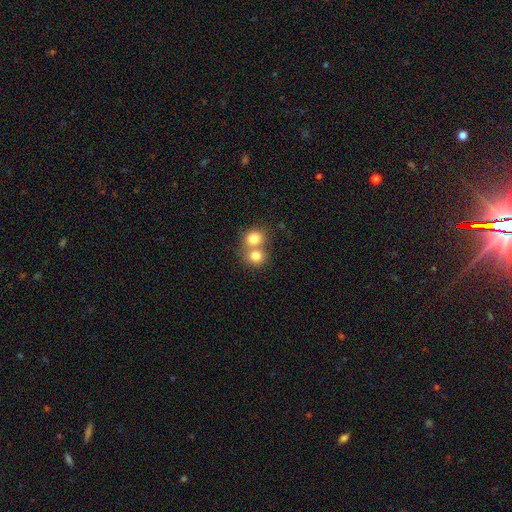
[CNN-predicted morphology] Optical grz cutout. It shows a smooth galaxy with no disk features (78%) that is round (77%). Merging: merger (58%).